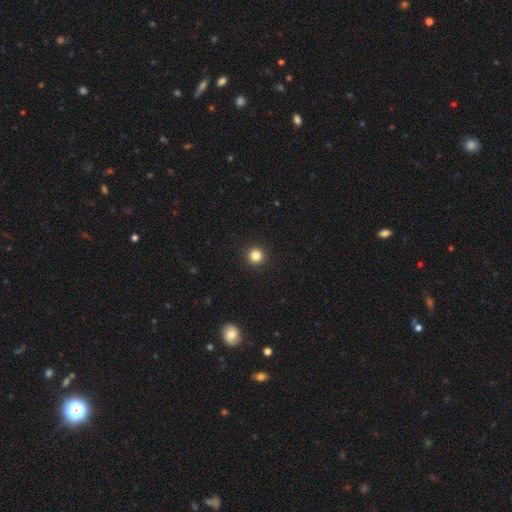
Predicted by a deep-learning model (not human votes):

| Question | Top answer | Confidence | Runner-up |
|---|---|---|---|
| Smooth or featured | smooth | 83% | star or artifact (12%) |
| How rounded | round | 96% | in between (3%) |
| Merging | none | 93% | minor disturbance (4%) |